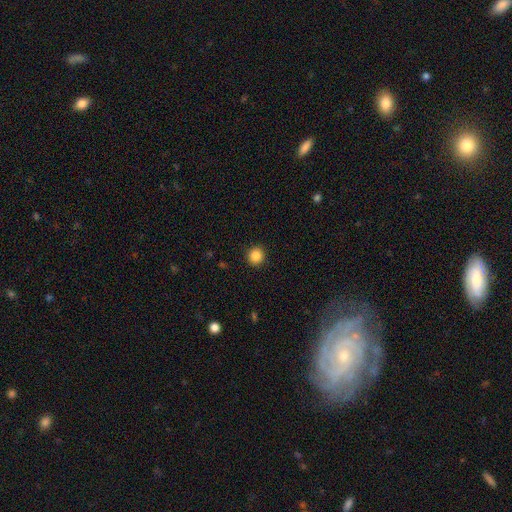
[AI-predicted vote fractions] This is clearly a smooth galaxy (86%). How rounded: clearly round (93%). Merging: clearly none (92%).